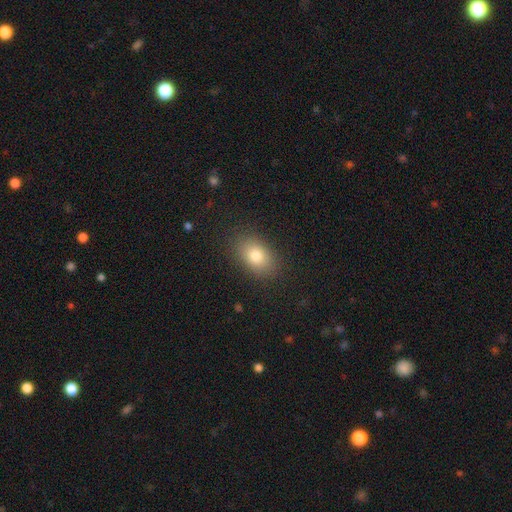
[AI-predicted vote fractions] Smooth or featured? smooth (80%)
How rounded? in between (83%)
Merging? none (86%)